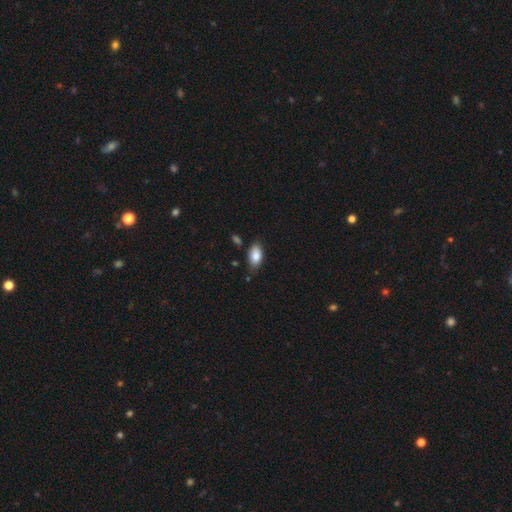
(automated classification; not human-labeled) smooth_or_featured: smooth (p=0.85) [alt: featured or disk p=0.08]
how_rounded: in between (p=0.92) [alt: round p=0.04]
merging: none (p=0.74) [alt: minor disturbance p=0.20]